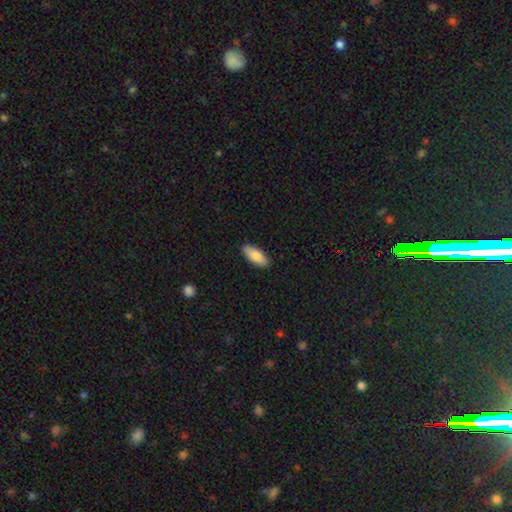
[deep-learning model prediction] Overall: smooth (87%). How rounded: in between (83%). Merging: none (89%).